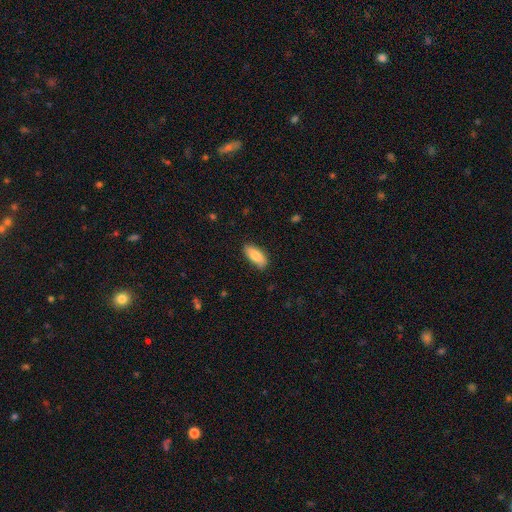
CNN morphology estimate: smooth_or_featured: smooth (p=0.84) [alt: featured or disk p=0.10]
how_rounded: in between (p=0.86) [alt: cigar-shaped p=0.12]
merging: none (p=0.82) [alt: minor disturbance p=0.14]